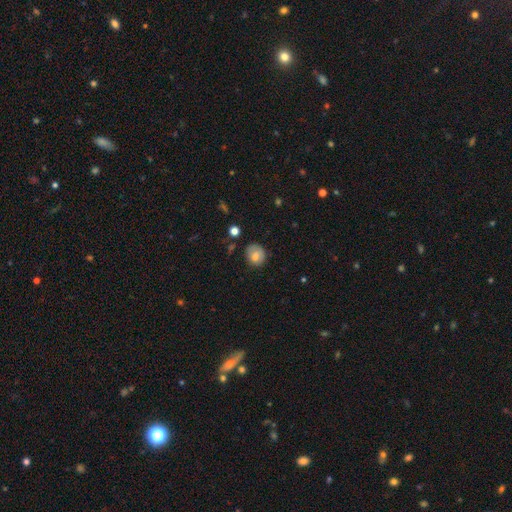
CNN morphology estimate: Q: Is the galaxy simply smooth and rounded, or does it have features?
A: smooth — 75%.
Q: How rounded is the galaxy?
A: round — 75%.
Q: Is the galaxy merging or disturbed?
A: none — 66%.